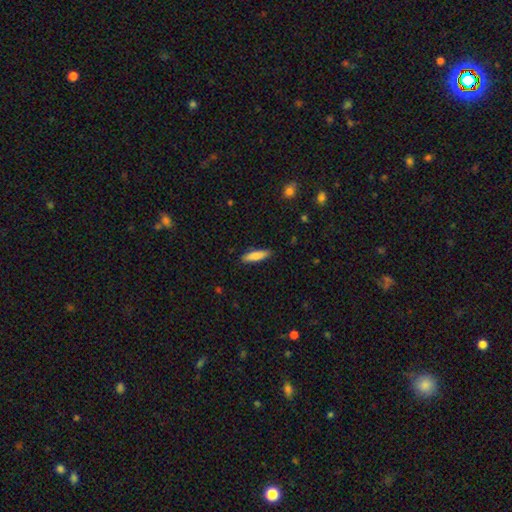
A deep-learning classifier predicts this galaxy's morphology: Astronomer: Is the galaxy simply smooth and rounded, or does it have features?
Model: smooth — 82%.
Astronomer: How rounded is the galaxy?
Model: cigar-shaped — 72%.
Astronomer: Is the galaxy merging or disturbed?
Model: none — 88%.